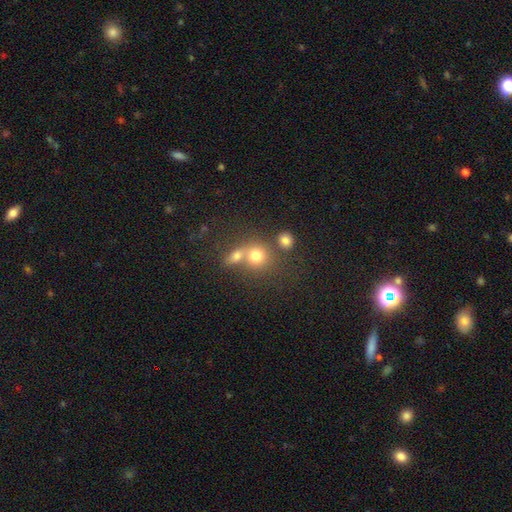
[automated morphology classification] This is likely a smooth galaxy (74%). How rounded: clearly round (81%). Merging: marginally none (44%).